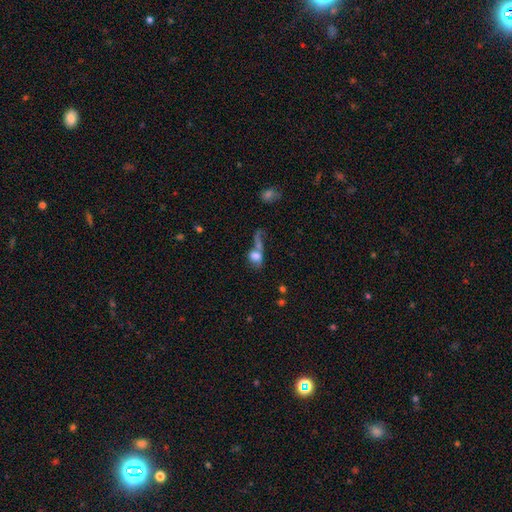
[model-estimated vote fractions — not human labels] Smooth or featured? Predicted: smooth (p=0.65). How rounded? Predicted: in between (p=0.63). Merging? Predicted: merger (p=0.51).